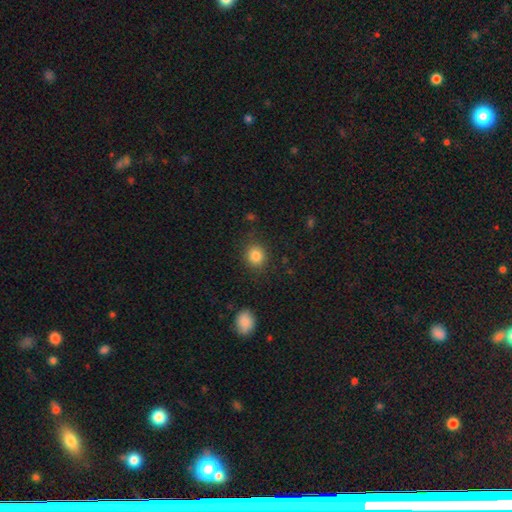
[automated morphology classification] Smooth or featured? smooth (85%)
How rounded? round (78%)
Merging? none (86%)